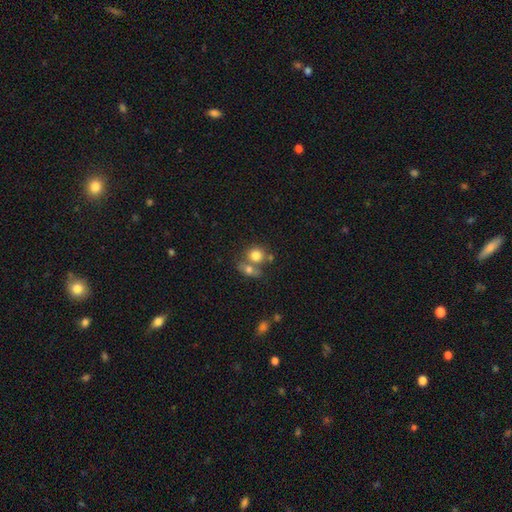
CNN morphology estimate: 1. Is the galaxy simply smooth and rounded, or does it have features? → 77% smooth, 12% featured or disk, 11% star or artifact.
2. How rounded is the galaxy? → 76% round, 23% in between, 1% cigar-shaped.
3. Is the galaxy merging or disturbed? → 44% merger, 43% none, 9% minor disturbance, 4% major disturbance.